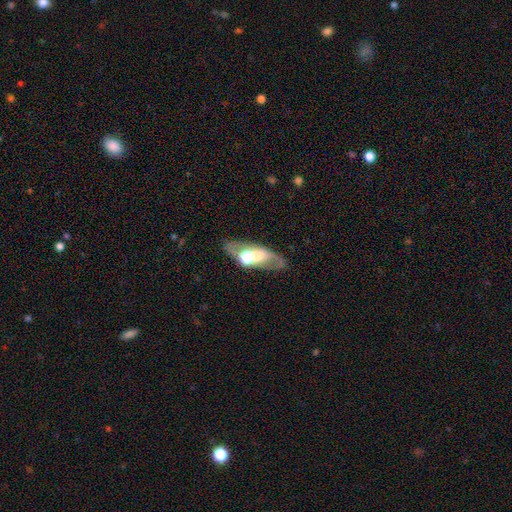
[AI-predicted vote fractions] The model was most divided on "smooth or featured": featured or disk: 59%, smooth: 34%, star or artifact: 7%. More confident: edge-on disk — no (74%); merging — none (59%).